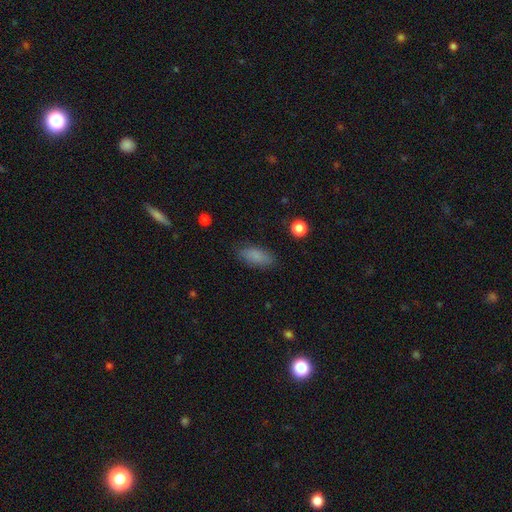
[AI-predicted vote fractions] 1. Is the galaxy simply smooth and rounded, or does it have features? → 84% smooth, 9% star or artifact, 8% featured or disk.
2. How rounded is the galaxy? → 80% in between, 17% cigar-shaped, 3% round.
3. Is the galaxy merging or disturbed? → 83% none, 13% minor disturbance, 3% major disturbance, 1% merger.